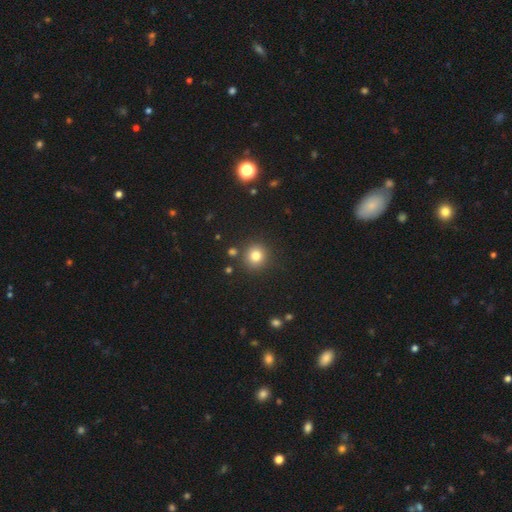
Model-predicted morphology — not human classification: A smooth galaxy with no disk features (80%) that is round (90%). Merging: none (87%).